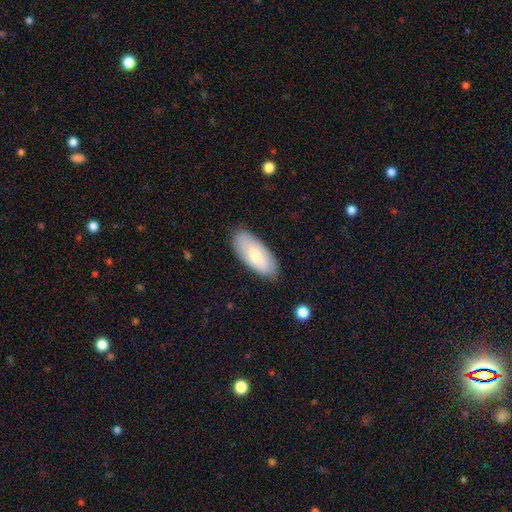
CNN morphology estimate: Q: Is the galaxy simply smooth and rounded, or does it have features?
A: smooth — 67%.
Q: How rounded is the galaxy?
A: in between — 86%.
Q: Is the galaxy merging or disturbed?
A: none — 84%.